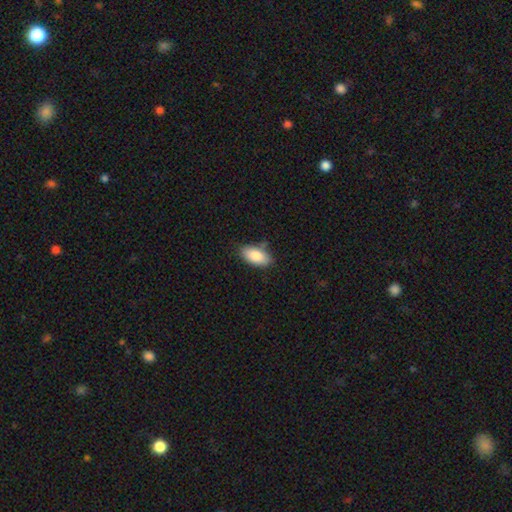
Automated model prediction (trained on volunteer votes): Smooth or featured: smooth — 86% (featured or disk — 7%)
How rounded: in between — 93% (cigar-shaped — 5%)
Merging: none — 78% (minor disturbance — 16%)